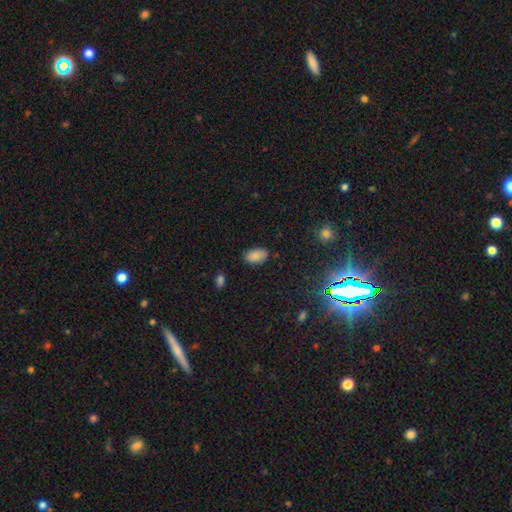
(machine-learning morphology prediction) This appears to be a smooth galaxy with no disk features (85%) that is in between round and cigar-shaped (93%). Merging: none (85%).